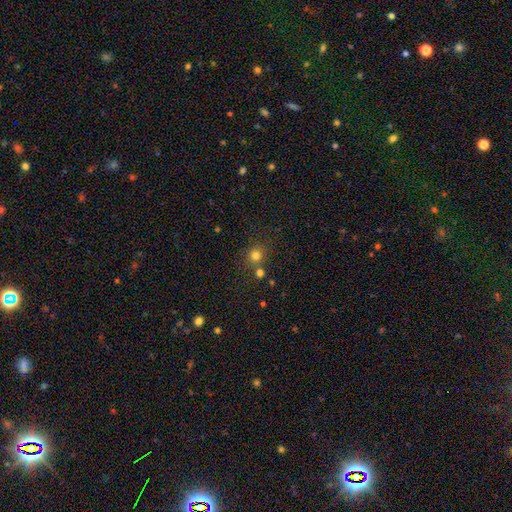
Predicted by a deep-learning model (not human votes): Q: Smooth or featured?
A: smooth (77%); runner-up: star or artifact (16%)
Q: How rounded?
A: round (88%); runner-up: in between (11%)
Q: Merging?
A: none (69%); runner-up: merger (18%)